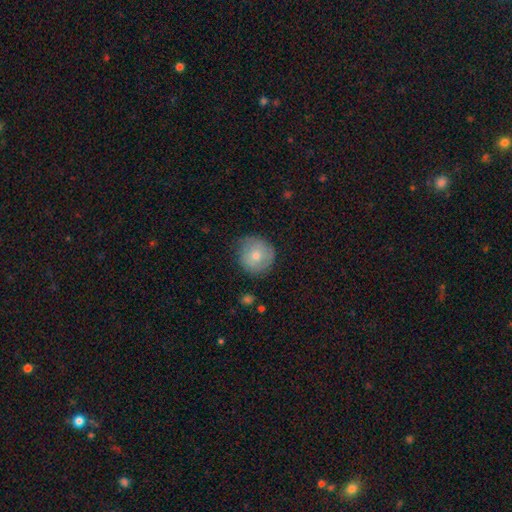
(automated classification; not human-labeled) Overall: smooth (65%; featured or disk 27%). How rounded: round (93%). Merging: none (78%).